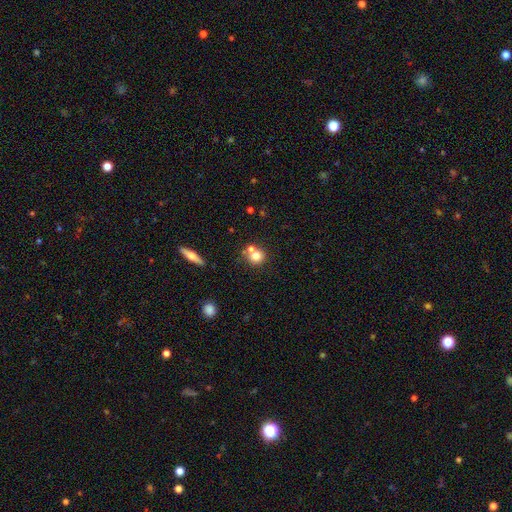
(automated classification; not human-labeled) smooth_or_featured: smooth (p=0.72) [alt: featured or disk p=0.15]
how_rounded: round (p=0.87) [alt: in between p=0.11]
merging: none (p=0.53) [alt: merger p=0.35]